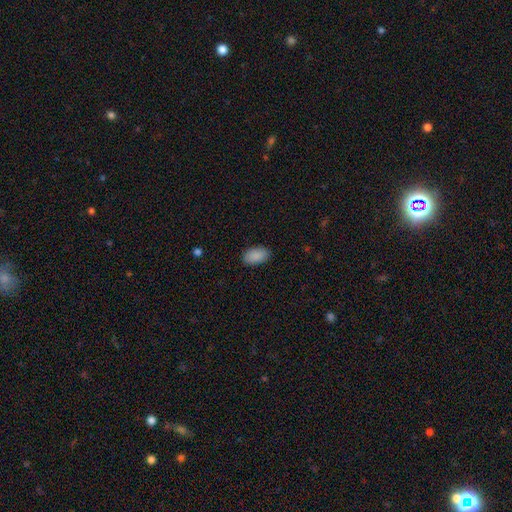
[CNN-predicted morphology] Smooth or featured? smooth (90%)
How rounded? in between (94%)
Merging? none (88%)